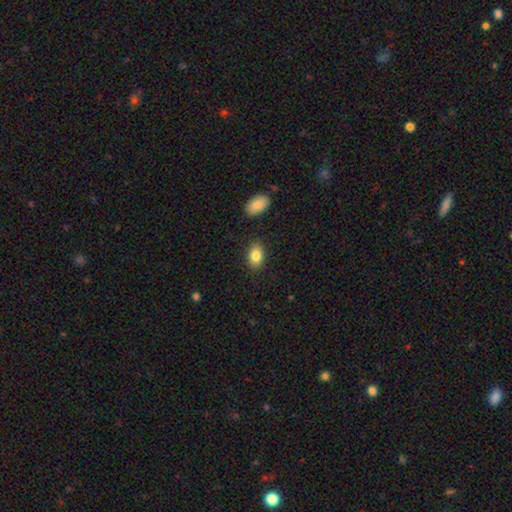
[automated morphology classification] smooth_or_featured: smooth (p=0.84) [alt: star or artifact p=0.08]
how_rounded: in between (p=0.86) [alt: round p=0.13]
merging: none (p=0.86) [alt: minor disturbance p=0.10]